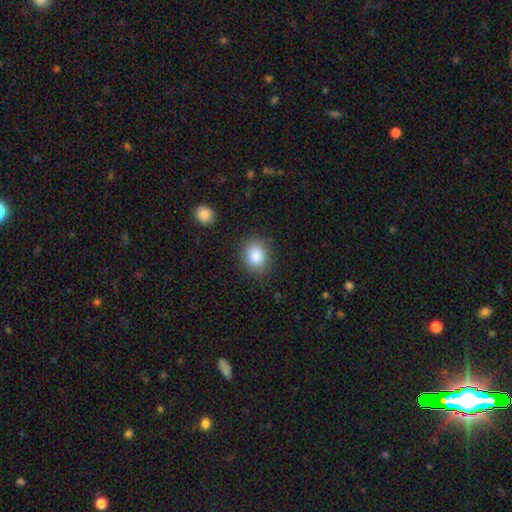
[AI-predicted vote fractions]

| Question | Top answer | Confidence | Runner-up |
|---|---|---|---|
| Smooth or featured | smooth | 86% | star or artifact (9%) |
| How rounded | round | 61% | in between (38%) |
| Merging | none | 83% | minor disturbance (11%) |